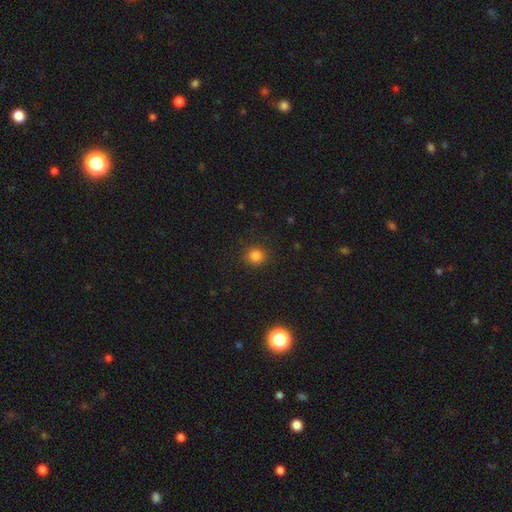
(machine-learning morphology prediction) The model was most divided on "smooth or featured": smooth: 83%, star or artifact: 13%, featured or disk: 4%. More confident: how rounded — round (89%); merging — none (89%).